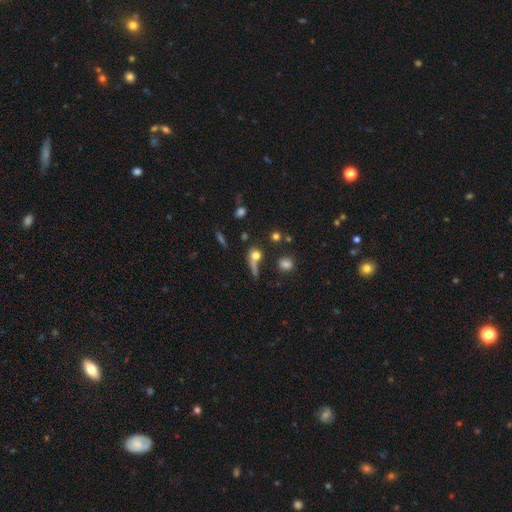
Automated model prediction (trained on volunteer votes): Morphology: type=smooth (68%); roundness=round (66%); merging=none (47%).